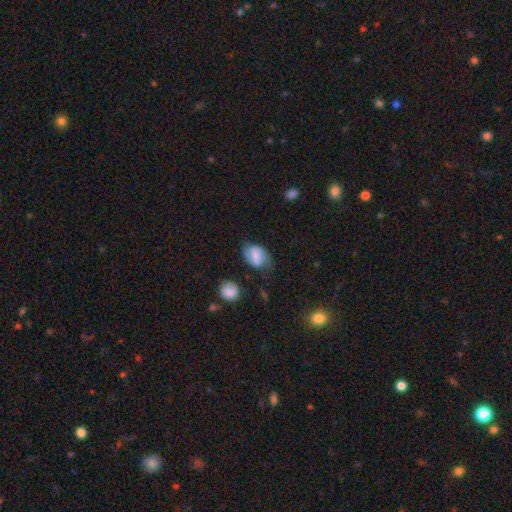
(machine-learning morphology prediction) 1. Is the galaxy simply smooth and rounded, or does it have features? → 55% smooth, 37% featured or disk, 8% star or artifact.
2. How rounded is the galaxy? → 78% in between, 20% round, 2% cigar-shaped.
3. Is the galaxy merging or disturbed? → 62% none, 26% minor disturbance, 9% major disturbance, 3% merger.